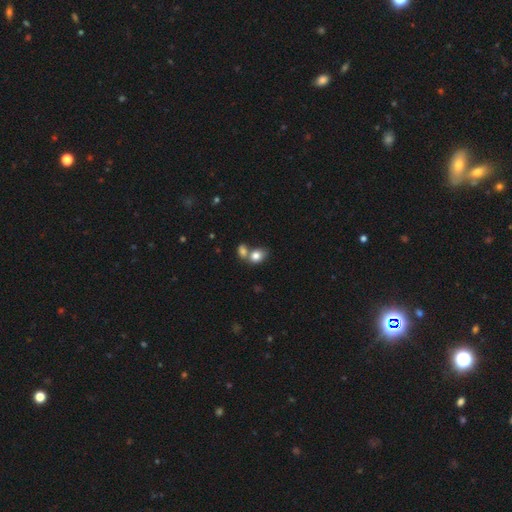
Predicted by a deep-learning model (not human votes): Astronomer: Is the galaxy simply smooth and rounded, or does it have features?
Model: smooth — 80%.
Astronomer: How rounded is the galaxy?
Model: in between — 61% (runner-up: round, 38%).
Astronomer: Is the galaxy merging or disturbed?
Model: merger — 51% (runner-up: none, 35%).